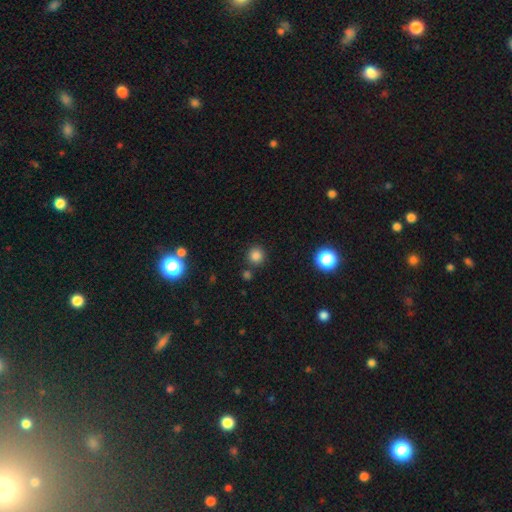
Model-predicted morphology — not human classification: Smooth or featured?
  - smooth: 81% *
  - star or artifact: 15%
  - featured or disk: 4%
How rounded?
  - round: 93% *
  - in between: 6%
  - cigar-shaped: 1%
Merging?
  - none: 81% *
  - merger: 8%
  - minor disturbance: 8%
  - major disturbance: 3%